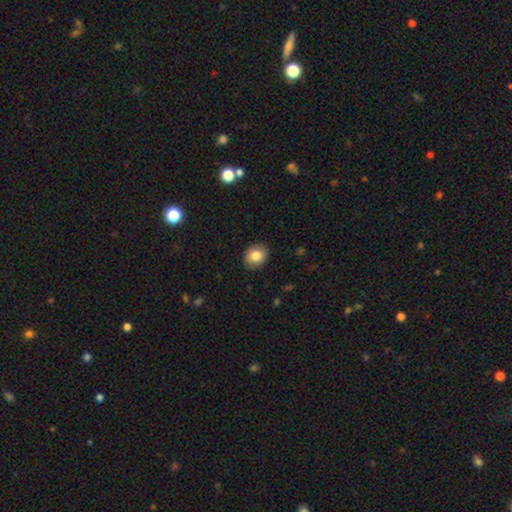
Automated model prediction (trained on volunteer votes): Smooth or featured?
  - smooth: 83% *
  - star or artifact: 9%
  - featured or disk: 8%
How rounded?
  - round: 59% *
  - in between: 40%
  - cigar-shaped: 1%
Merging?
  - none: 90% *
  - minor disturbance: 8%
  - major disturbance: 2%
  - merger: 1%